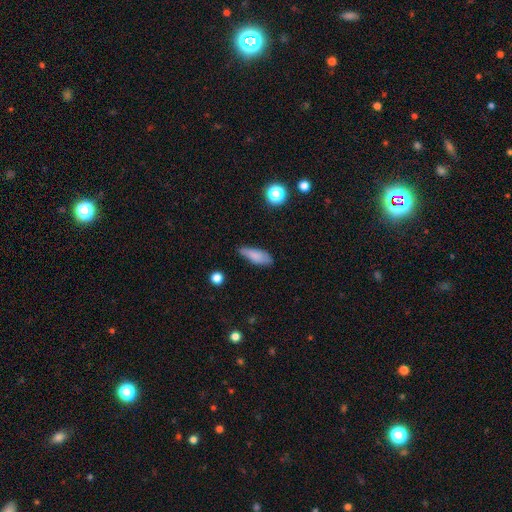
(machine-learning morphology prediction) Overall: smooth (81%). How rounded: in between (67%; cigar-shaped 31%). Merging: none (66%; minor disturbance 27%).